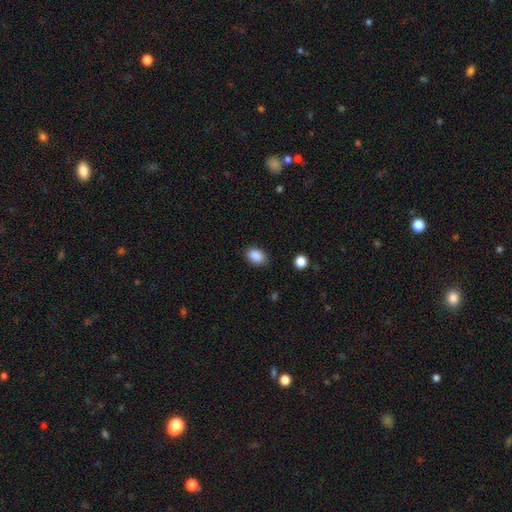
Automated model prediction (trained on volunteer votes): A smooth galaxy with no disk features (88%) that is in between round and cigar-shaped (78%).

Vote fractions:
- Smooth or featured? smooth: 88% / star or artifact: 8% / featured or disk: 3%
- How rounded? in between: 78% / round: 21% / cigar-shaped: 1%
- Merging? none: 85% / minor disturbance: 11% / major disturbance: 3% / merger: 1%